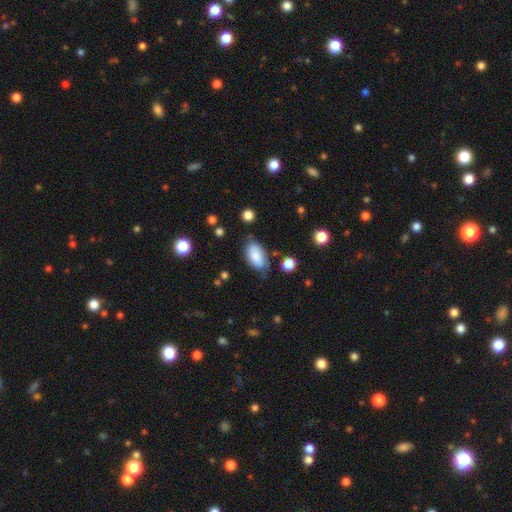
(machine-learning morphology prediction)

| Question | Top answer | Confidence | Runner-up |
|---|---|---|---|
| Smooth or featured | smooth | 79% | featured or disk (14%) |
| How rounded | in between | 94% | round (4%) |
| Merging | none | 62% | minor disturbance (27%) |